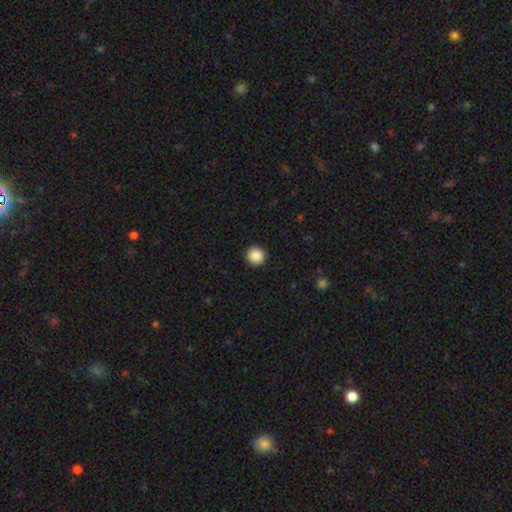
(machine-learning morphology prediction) This is clearly a smooth galaxy (89%). How rounded: clearly round (95%). Merging: clearly none (93%).